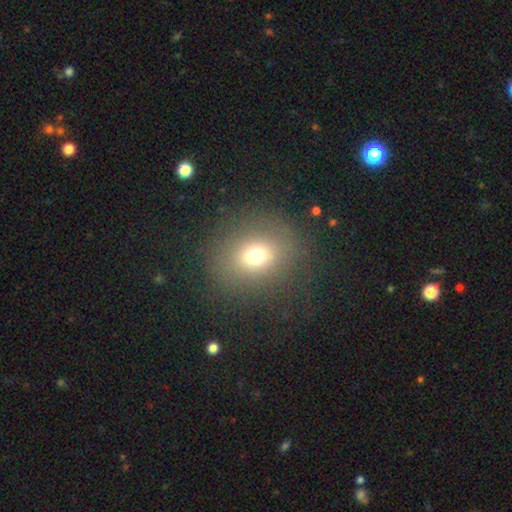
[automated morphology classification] smooth-or-featured: smooth: 69% | star or artifact: 17% | featured or disk: 14%
  how-rounded: round: 66% | in between: 33% | cigar-shaped: 1%
  merging: none: 81% | minor disturbance: 10% | major disturbance: 7% | merger: 1%